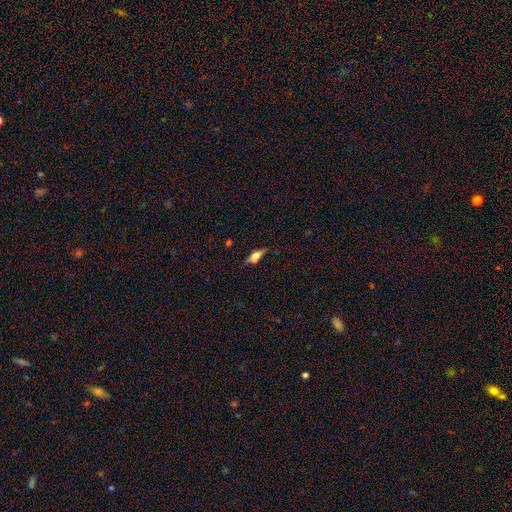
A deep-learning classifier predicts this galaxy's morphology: Smooth or featured: smooth — 50% (featured or disk — 39%)
Merging: none — 60% (minor disturbance — 21%)